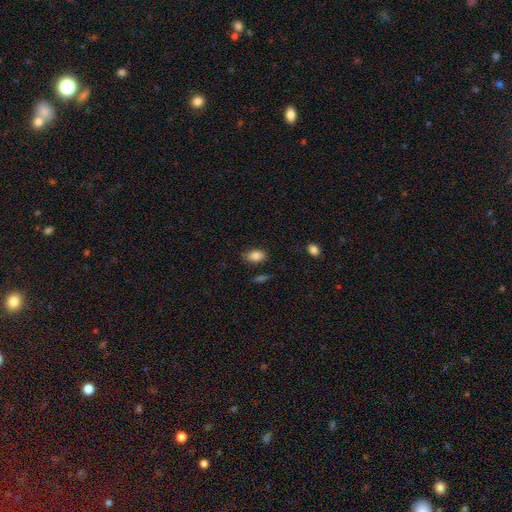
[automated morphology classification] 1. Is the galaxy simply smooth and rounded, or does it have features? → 85% smooth, 8% star or artifact, 7% featured or disk.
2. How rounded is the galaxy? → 89% in between, 9% round, 2% cigar-shaped.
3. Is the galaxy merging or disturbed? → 81% none, 13% minor disturbance, 3% major disturbance, 3% merger.